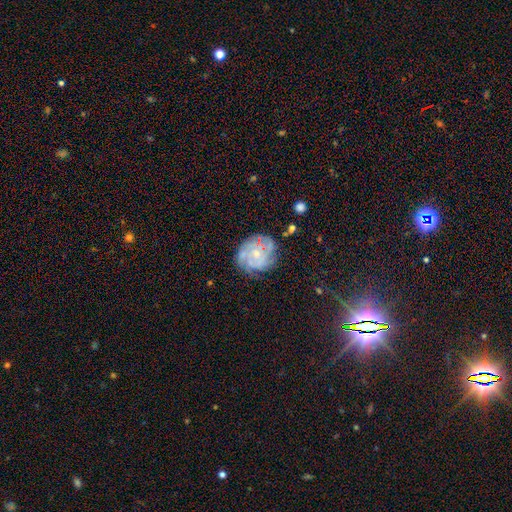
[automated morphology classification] Q: Smooth or featured?
A: featured or disk (71%); runner-up: smooth (19%)
Q: Edge-on disk?
A: no (98%); runner-up: yes (2%)
Q: Bar?
A: no (82%); runner-up: weak (15%)
Q: Spiral arms?
A: yes (80%); runner-up: no (20%)
Q: Spiral winding?
A: tight (68%); runner-up: medium (24%)
Q: Spiral arm count?
A: can't tell (50%); runner-up: 3 (13%)
Q: Bulge size?
A: small (61%); runner-up: moderate (32%)
Q: Merging?
A: none (69%); runner-up: minor disturbance (19%)